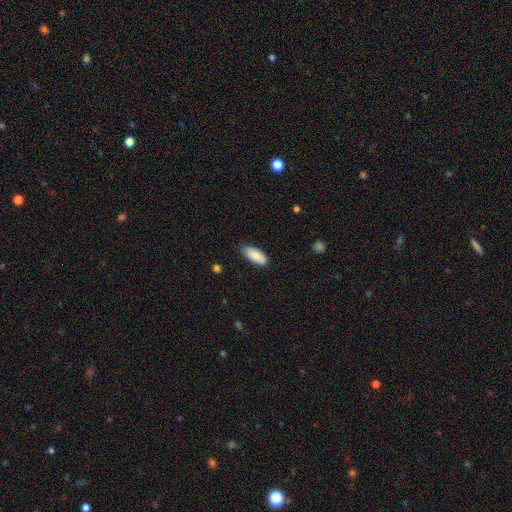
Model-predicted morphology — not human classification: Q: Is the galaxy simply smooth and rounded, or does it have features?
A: smooth — 88%.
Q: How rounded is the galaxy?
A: in between — 81%.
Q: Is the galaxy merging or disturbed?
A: none — 80%.